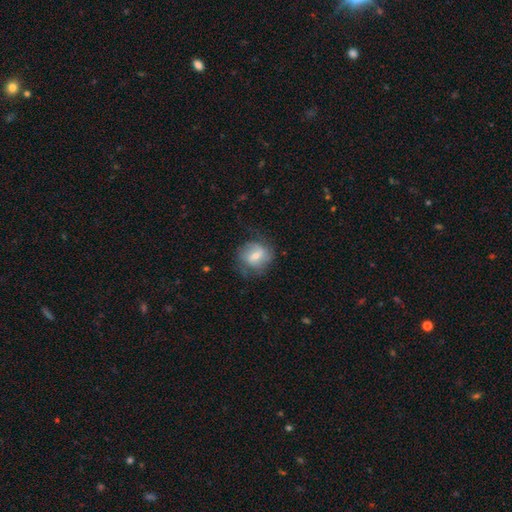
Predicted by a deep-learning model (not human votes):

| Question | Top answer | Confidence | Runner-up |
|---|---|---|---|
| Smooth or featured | smooth | 49% | featured or disk (42%) |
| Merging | none | 64% | minor disturbance (23%) |